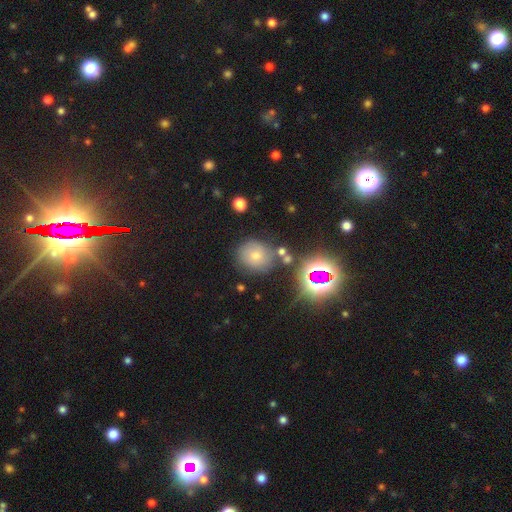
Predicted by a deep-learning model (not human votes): smooth_or_featured: smooth (p=0.52) [alt: star or artifact p=0.31]
how_rounded: round (p=0.84) [alt: in between p=0.14]
merging: none (p=0.80) [alt: minor disturbance p=0.11]